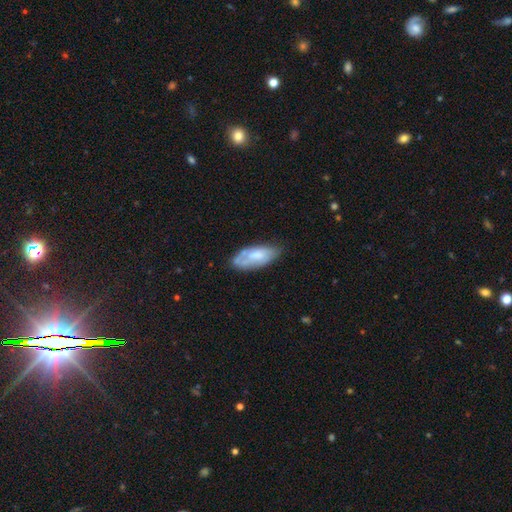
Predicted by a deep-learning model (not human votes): smooth_or_featured: smooth (p=0.57) [alt: featured or disk p=0.37]
how_rounded: in between (p=0.86) [alt: cigar-shaped p=0.12]
merging: none (p=0.57) [alt: minor disturbance p=0.30]